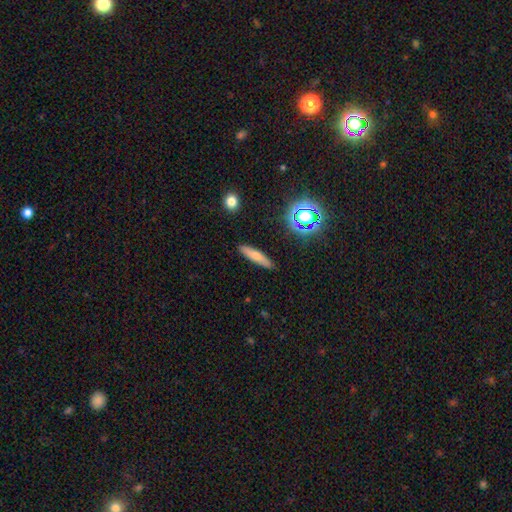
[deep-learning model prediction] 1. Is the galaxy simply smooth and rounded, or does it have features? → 69% smooth, 21% featured or disk, 10% star or artifact.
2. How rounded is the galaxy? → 82% cigar-shaped, 16% in between, 2% round.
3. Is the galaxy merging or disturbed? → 88% none, 9% minor disturbance, 2% major disturbance, 2% merger.